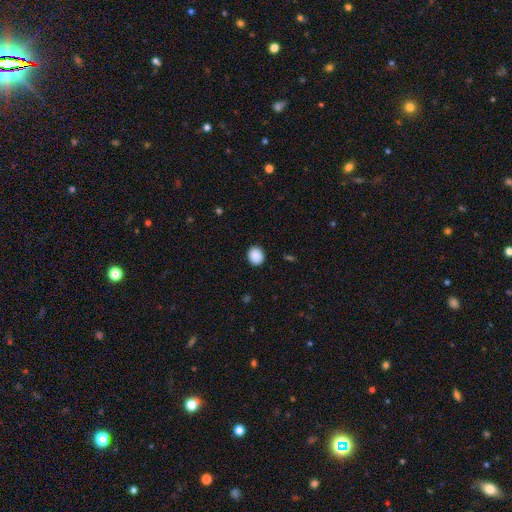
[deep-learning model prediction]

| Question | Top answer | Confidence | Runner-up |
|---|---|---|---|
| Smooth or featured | smooth | 89% | star or artifact (8%) |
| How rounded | round | 70% | in between (29%) |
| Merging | none | 90% | minor disturbance (7%) |